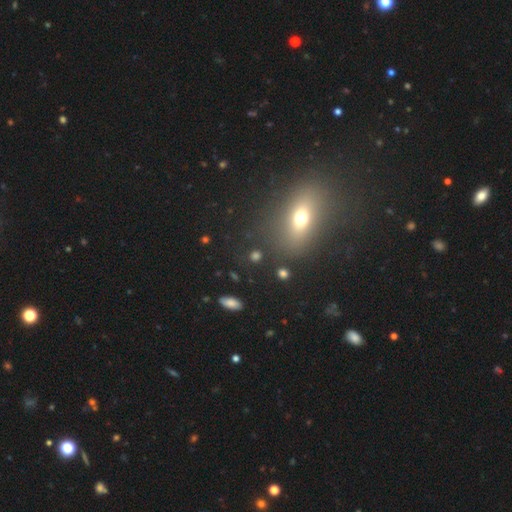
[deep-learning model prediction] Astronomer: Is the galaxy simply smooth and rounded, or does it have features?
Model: smooth — 56%.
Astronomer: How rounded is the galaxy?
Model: round — 47% (runner-up: in between, 42%).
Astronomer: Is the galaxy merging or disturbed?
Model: none — 77%.